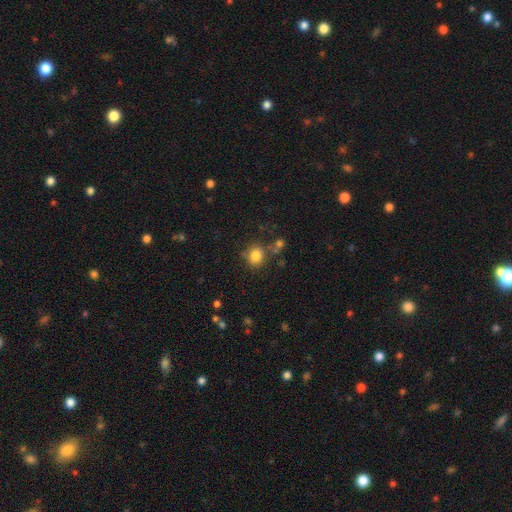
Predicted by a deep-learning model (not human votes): Q: Smooth or featured?
A: smooth (82%); runner-up: star or artifact (12%)
Q: How rounded?
A: round (75%); runner-up: in between (24%)
Q: Merging?
A: none (74%); runner-up: minor disturbance (13%)